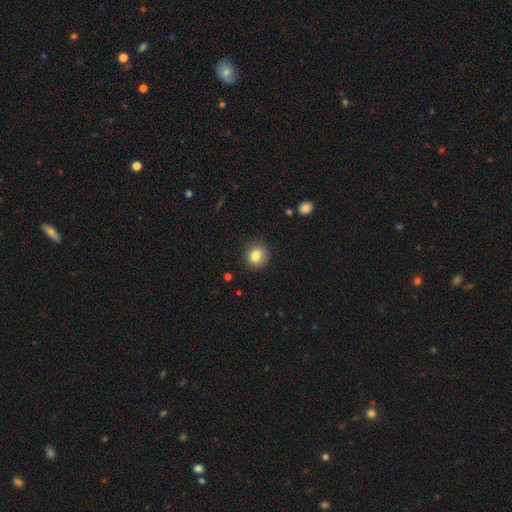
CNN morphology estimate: A smooth galaxy with no disk features (82%) that is round (85%). Merging: none (87%).